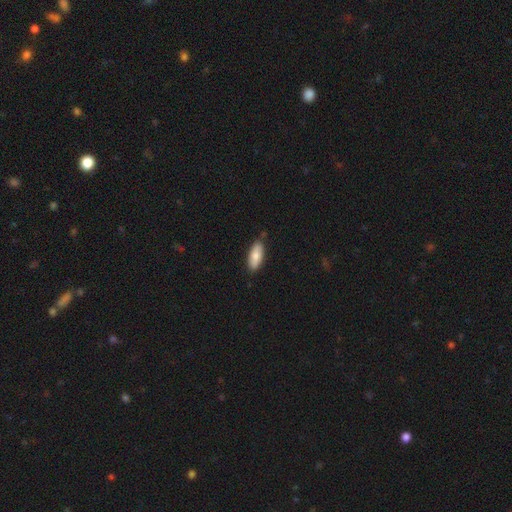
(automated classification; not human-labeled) Smooth or featured?
  - smooth: 80% *
  - featured or disk: 14%
  - star or artifact: 6%
How rounded?
  - in between: 83% *
  - cigar-shaped: 15%
  - round: 2%
Merging?
  - none: 82% *
  - minor disturbance: 14%
  - merger: 2%
  - major disturbance: 2%